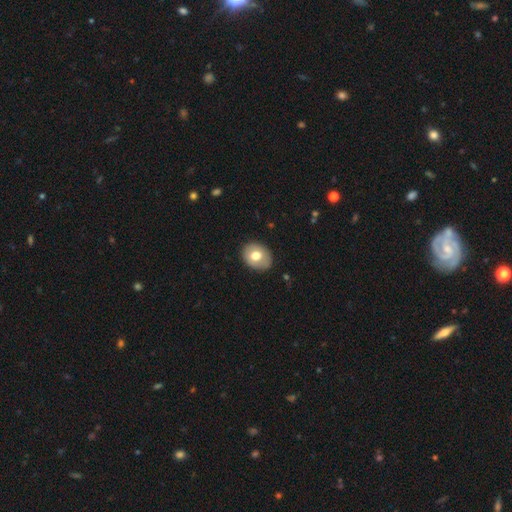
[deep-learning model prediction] Morphology: type=smooth (71%); roundness=in between (51%); merging=none (85%).